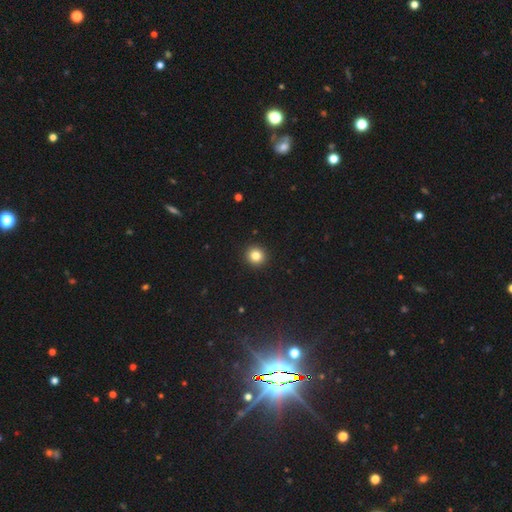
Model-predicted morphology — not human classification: Smooth or featured? Predicted: smooth (p=0.83). How rounded? Predicted: round (p=0.94). Merging? Predicted: none (p=0.93).